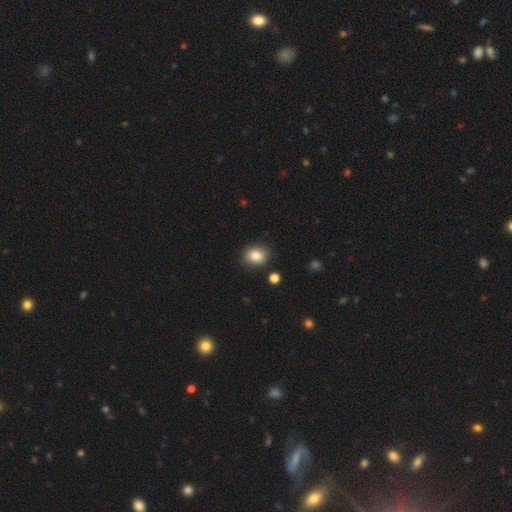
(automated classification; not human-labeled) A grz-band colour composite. It shows a smooth galaxy with no disk features (84%) that is round (60%). Merging: none (87%).